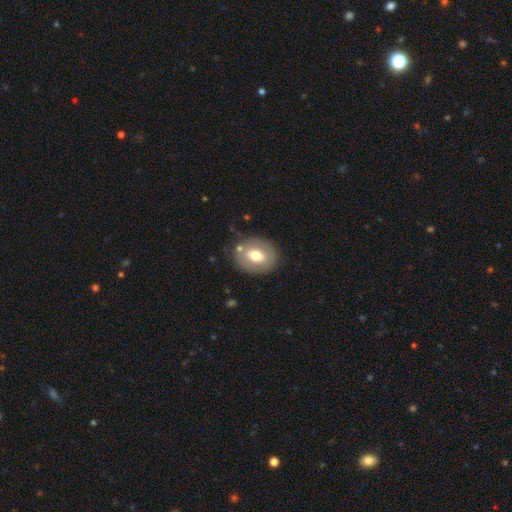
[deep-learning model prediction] The model was most divided on "how rounded": in between: 56%, round: 43%, cigar-shaped: 1%. More confident: merging — none (79%); smooth or featured — smooth (63%).